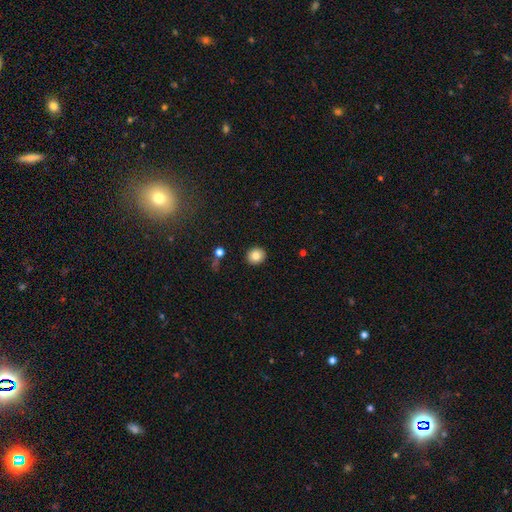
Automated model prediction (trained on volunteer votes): smooth_or_featured: smooth (p=0.83) [alt: star or artifact p=0.10]
how_rounded: round (p=0.84) [alt: in between p=0.15]
merging: none (p=0.91) [alt: minor disturbance p=0.06]